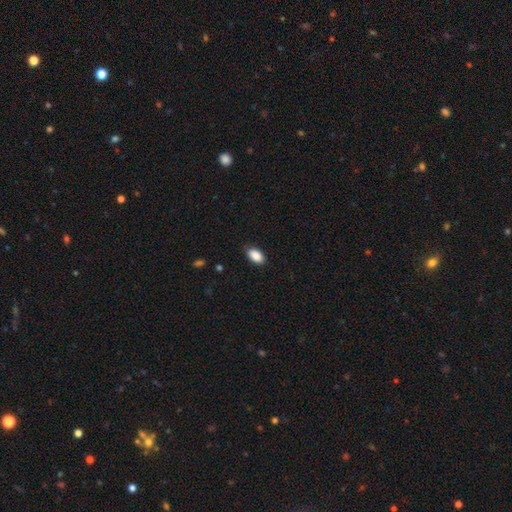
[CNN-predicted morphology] Overall: smooth (89%). How rounded: in between (93%). Merging: none (83%).